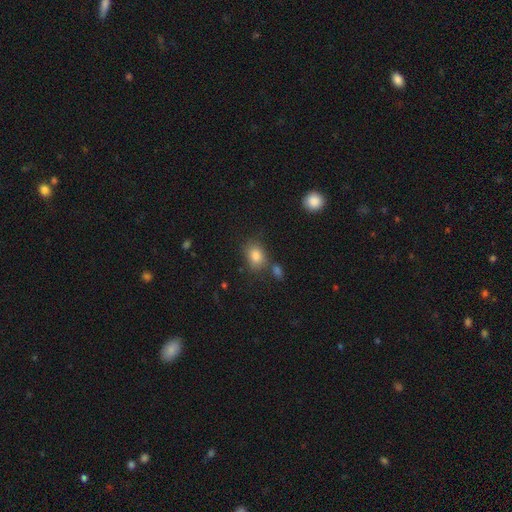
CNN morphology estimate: Smooth or featured? smooth (83%)
How rounded? in between (65%)
Merging? none (69%)